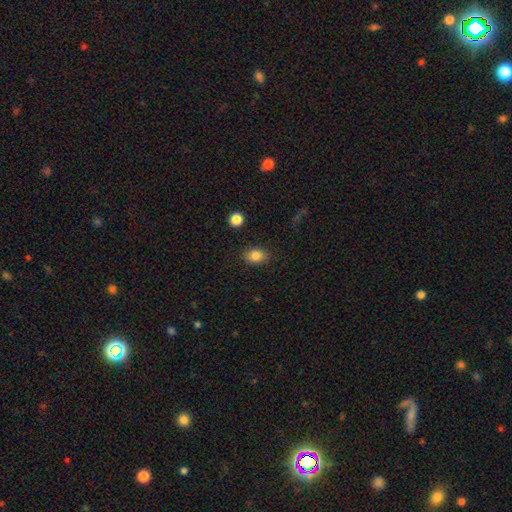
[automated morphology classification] Smooth or featured: smooth — 83% (star or artifact — 9%)
How rounded: in between — 73% (round — 25%)
Merging: none — 86% (minor disturbance — 10%)